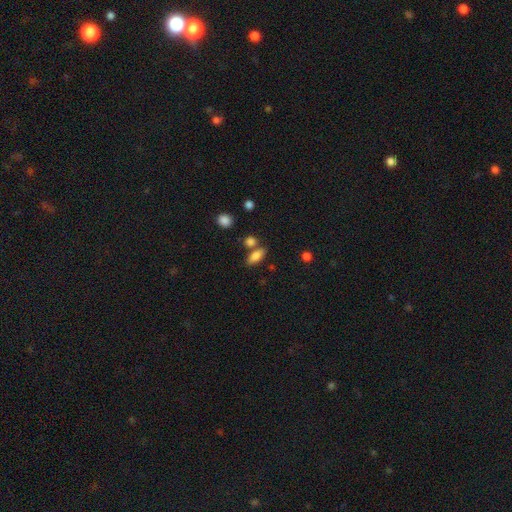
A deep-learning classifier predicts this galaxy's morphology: The model was most divided on "merging": none: 65%, merger: 19%, minor disturbance: 12%, major disturbance: 4%. More confident: smooth or featured — smooth (83%); how rounded — in between (81%).